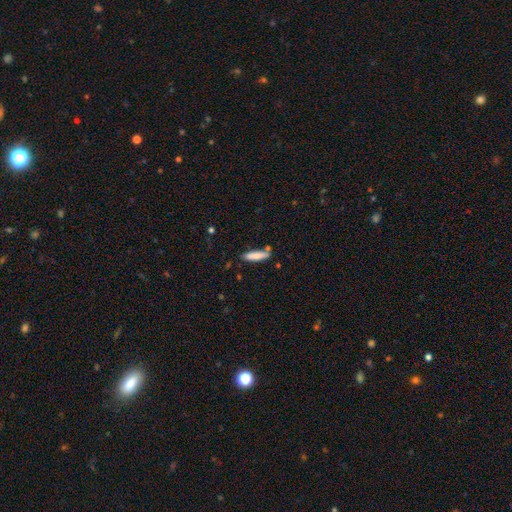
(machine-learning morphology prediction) Overall: smooth (81%). How rounded: cigar-shaped (73%). Merging: none (72%).